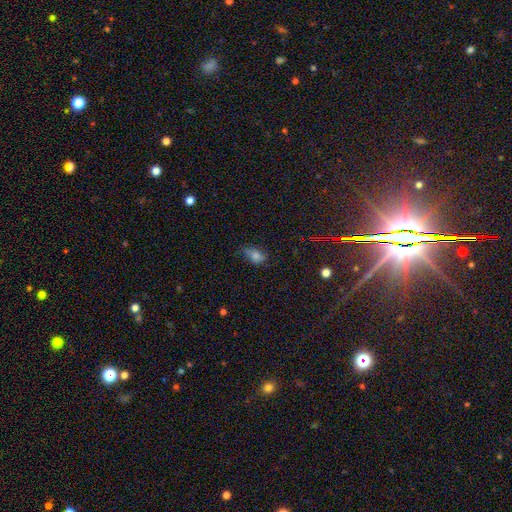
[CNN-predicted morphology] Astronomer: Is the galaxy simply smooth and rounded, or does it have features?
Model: smooth — 67%.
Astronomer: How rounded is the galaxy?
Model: in between — 83%.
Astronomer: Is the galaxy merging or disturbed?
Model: none — 57%.